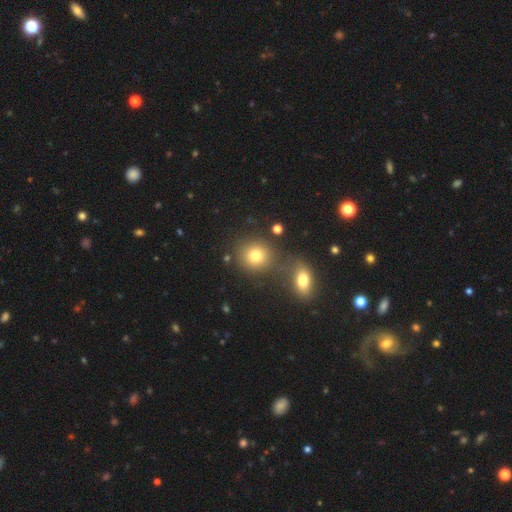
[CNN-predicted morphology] This is likely a smooth galaxy (78%). How rounded: clearly round (83%). Merging: likely none (68%).